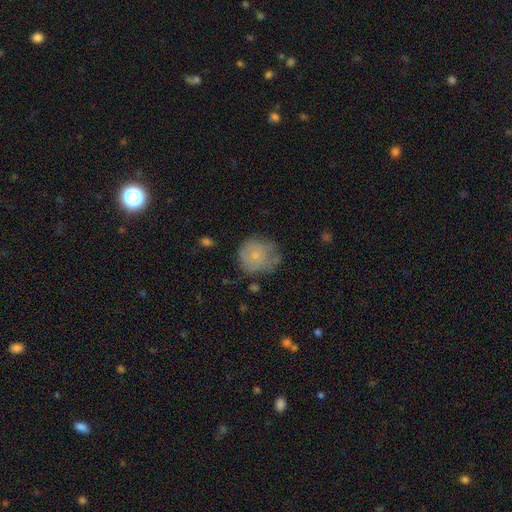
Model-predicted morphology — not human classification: Smooth or featured: smooth — 62% (featured or disk — 30%)
How rounded: round — 86% (in between — 13%)
Merging: none — 57% (minor disturbance — 28%)